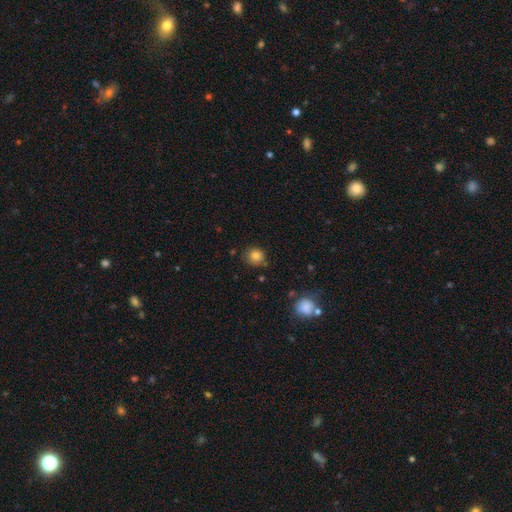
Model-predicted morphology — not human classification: Smooth or featured?
  - smooth: 82% *
  - star or artifact: 12%
  - featured or disk: 6%
How rounded?
  - round: 86% *
  - in between: 13%
  - cigar-shaped: 1%
Merging?
  - none: 81% *
  - minor disturbance: 13%
  - merger: 3%
  - major disturbance: 3%